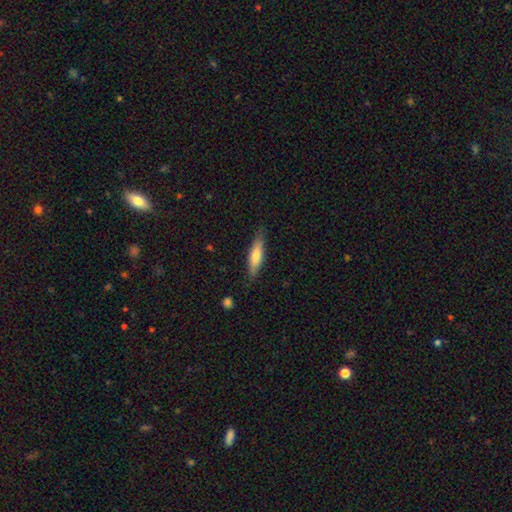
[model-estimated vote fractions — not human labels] Smooth or featured?
  - smooth: 65% *
  - featured or disk: 29%
  - star or artifact: 6%
How rounded?
  - cigar-shaped: 70% *
  - in between: 28%
  - round: 2%
Merging?
  - none: 82% *
  - minor disturbance: 14%
  - major disturbance: 3%
  - merger: 1%